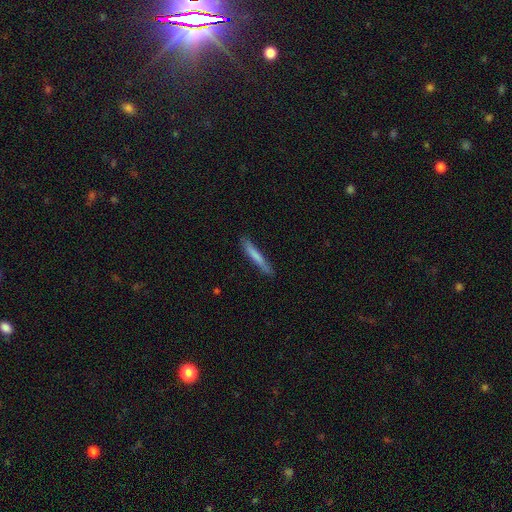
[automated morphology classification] Smooth or featured: smooth — 71% (featured or disk — 23%)
How rounded: cigar-shaped — 95% (in between — 4%)
Merging: none — 85% (minor disturbance — 12%)